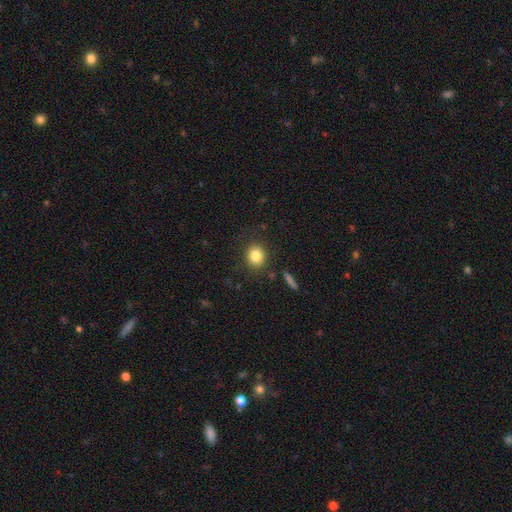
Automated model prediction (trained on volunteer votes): Smooth or featured? Predicted: smooth (p=0.83). How rounded? Predicted: round (p=0.77). Merging? Predicted: none (p=0.87).